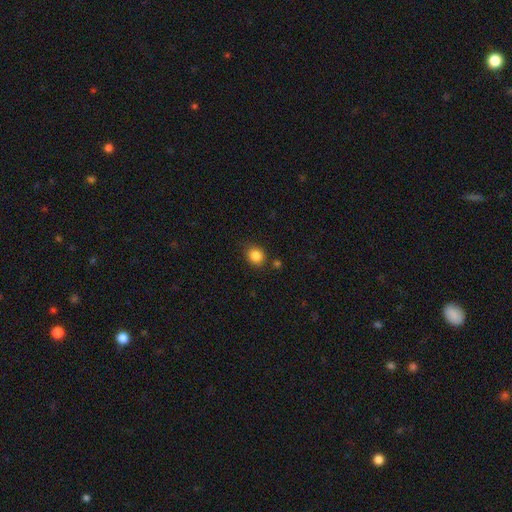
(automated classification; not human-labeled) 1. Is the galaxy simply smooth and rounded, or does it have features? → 85% smooth, 10% star or artifact, 5% featured or disk.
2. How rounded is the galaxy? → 73% round, 26% in between, 1% cigar-shaped.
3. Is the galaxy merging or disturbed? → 77% none, 14% minor disturbance, 5% merger, 3% major disturbance.